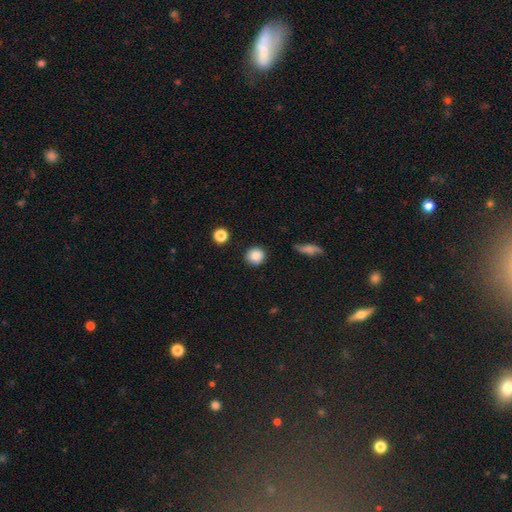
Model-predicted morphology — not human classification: This appears to be a smooth galaxy with no disk features (86%) that is round (90%). Merging: none (88%).